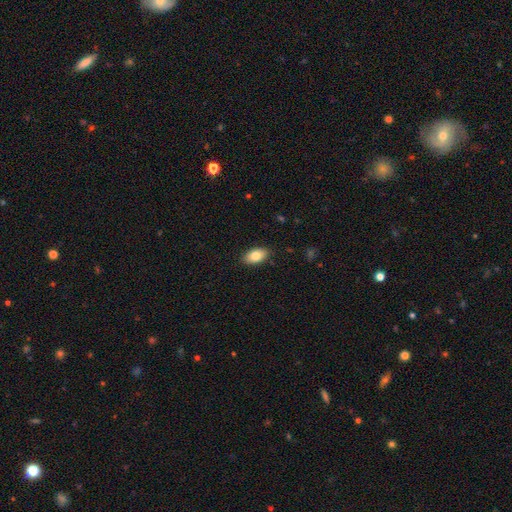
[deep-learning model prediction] This is clearly a smooth galaxy (81%). How rounded: clearly in between (93%). Merging: clearly none (88%).